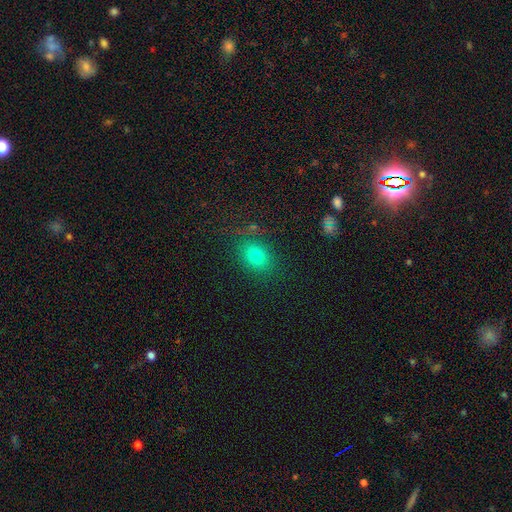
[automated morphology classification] This appears to be a smooth galaxy with no disk features (75%) that is in between round and cigar-shaped (63%). Merging: none (78%).